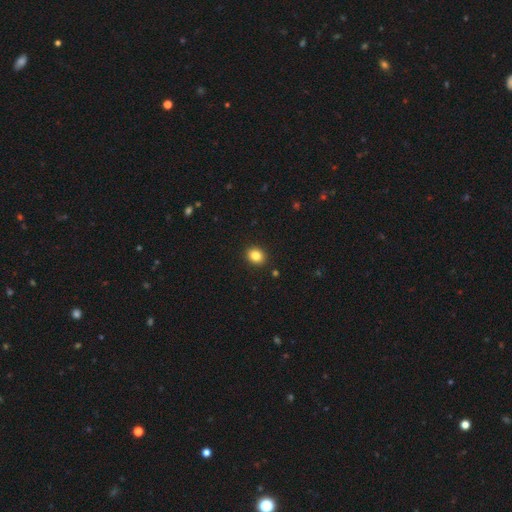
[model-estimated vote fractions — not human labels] The model was most divided on "how rounded": round: 61%, in between: 38%, cigar-shaped: 1%. More confident: merging — none (91%); smooth or featured — smooth (84%).